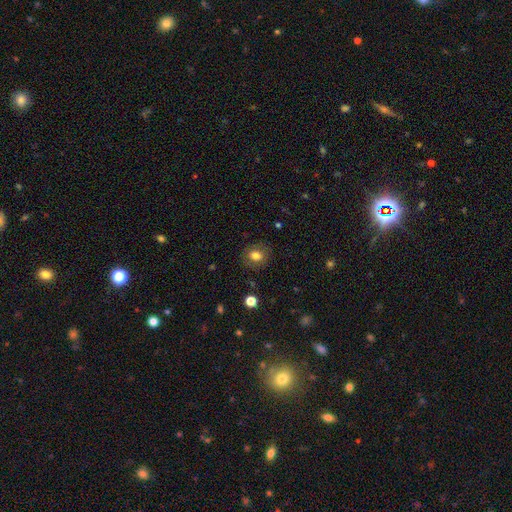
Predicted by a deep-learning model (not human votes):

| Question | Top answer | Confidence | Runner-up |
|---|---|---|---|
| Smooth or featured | smooth | 77% | featured or disk (12%) |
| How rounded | round | 68% | in between (31%) |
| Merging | none | 84% | minor disturbance (11%) |